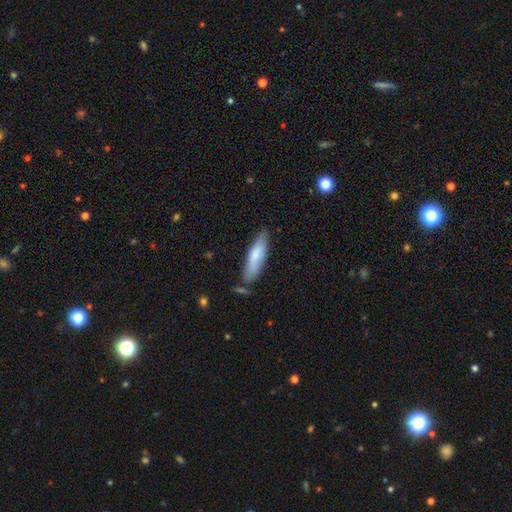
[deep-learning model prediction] A smooth galaxy with no disk features (76%) that is cigar-shaped (66%). Merging: none (73%).